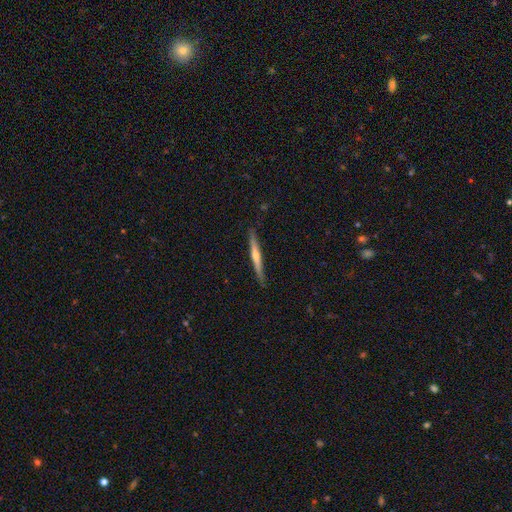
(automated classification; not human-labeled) This is likely a featured or disk galaxy (61%). It is clearly viewed edge-on (97%). Edge-on bulge: likely rounded (71%). Merging: clearly none (87%).